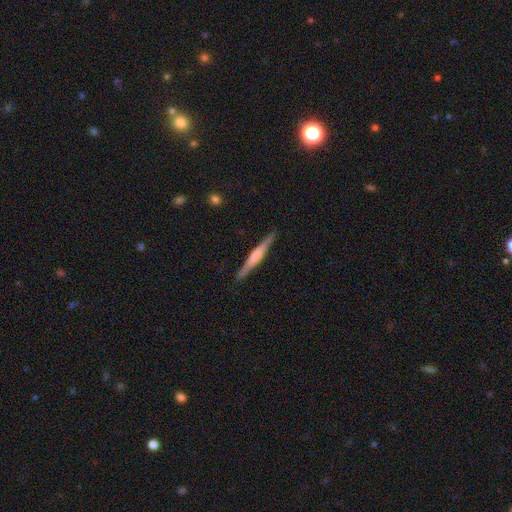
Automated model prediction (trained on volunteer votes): Q: Smooth or featured?
A: featured or disk (63%); runner-up: smooth (31%)
Q: Edge-on disk?
A: yes (98%); runner-up: no (2%)
Q: Edge-on bulge?
A: rounded (47%); runner-up: boxy (33%)
Q: Merging?
A: none (90%); runner-up: minor disturbance (7%)